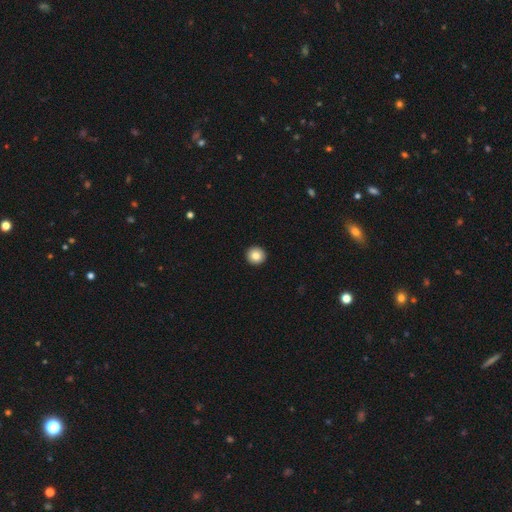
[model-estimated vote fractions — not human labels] Smooth or featured?
  - smooth: 84% *
  - star or artifact: 9%
  - featured or disk: 7%
How rounded?
  - round: 95% *
  - in between: 4%
  - cigar-shaped: 1%
Merging?
  - none: 94% *
  - minor disturbance: 4%
  - major disturbance: 1%
  - merger: 1%